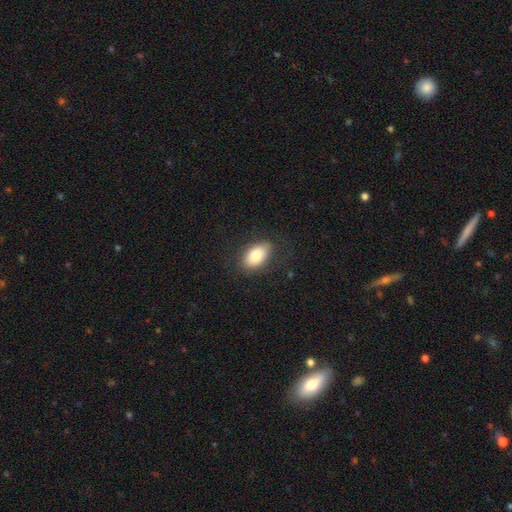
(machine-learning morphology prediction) Smooth or featured?
  - smooth: 79% *
  - featured or disk: 13%
  - star or artifact: 8%
How rounded?
  - in between: 90% *
  - round: 8%
  - cigar-shaped: 2%
Merging?
  - none: 79% *
  - minor disturbance: 14%
  - major disturbance: 5%
  - merger: 1%